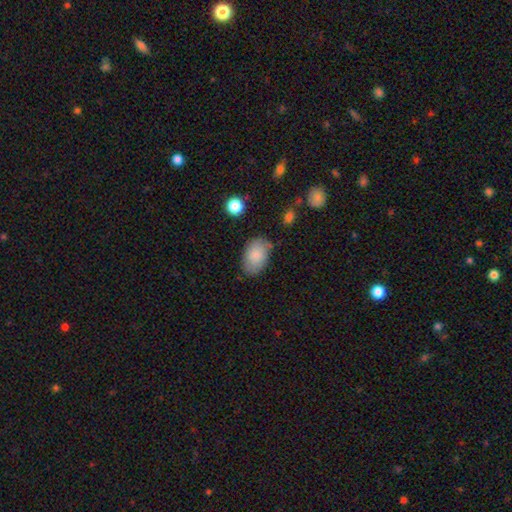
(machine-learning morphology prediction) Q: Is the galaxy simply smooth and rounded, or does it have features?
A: smooth — 84%.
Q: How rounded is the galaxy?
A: in between — 88%.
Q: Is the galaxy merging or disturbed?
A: none — 74%.